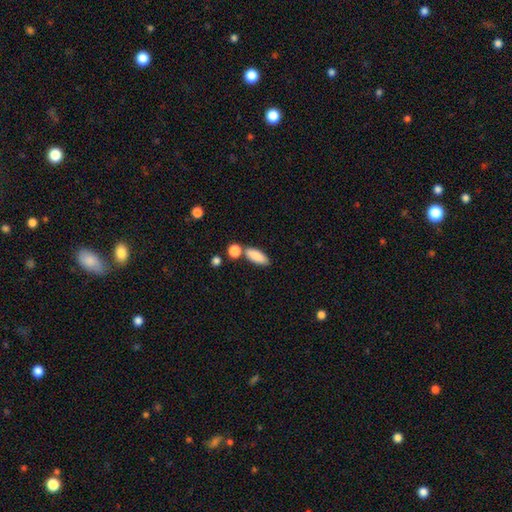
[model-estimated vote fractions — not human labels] Smooth or featured: smooth — 86% (featured or disk — 7%)
How rounded: in between — 76% (cigar-shaped — 20%)
Merging: none — 65% (merger — 18%)